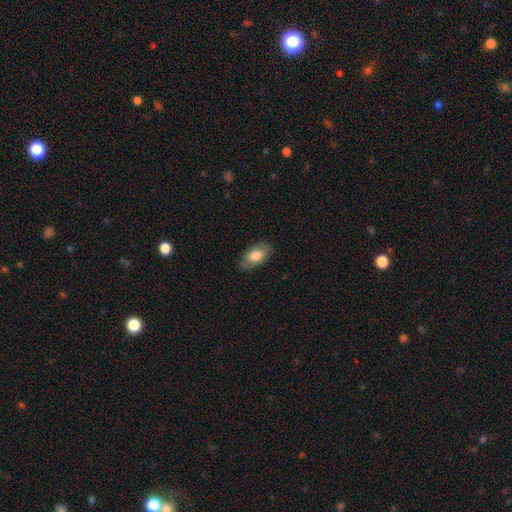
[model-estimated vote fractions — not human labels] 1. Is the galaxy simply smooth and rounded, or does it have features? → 77% smooth, 17% featured or disk, 6% star or artifact.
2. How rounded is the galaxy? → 92% in between, 5% round, 3% cigar-shaped.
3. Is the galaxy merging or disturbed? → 80% none, 15% minor disturbance, 4% major disturbance, 1% merger.